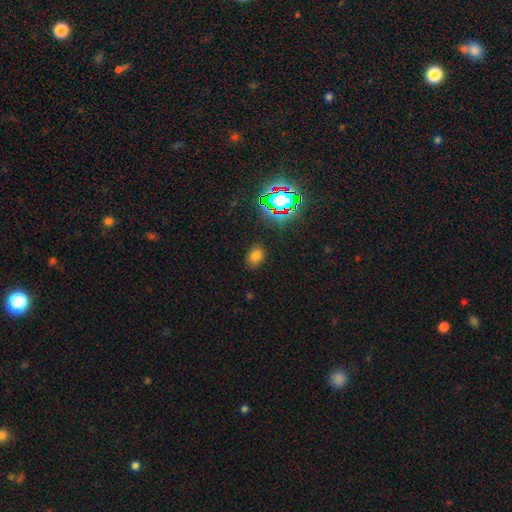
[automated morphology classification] smooth-or-featured: smooth: 71% | star or artifact: 23% | featured or disk: 7%
  how-rounded: in between: 69% | round: 30% | cigar-shaped: 1%
  merging: none: 85% | minor disturbance: 10% | major disturbance: 3% | merger: 2%